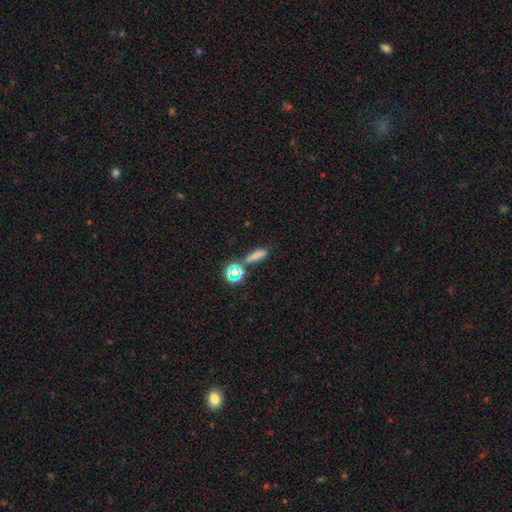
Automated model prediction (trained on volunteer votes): Smooth or featured? smooth (68%)
How rounded? cigar-shaped (49%)
Merging? none (65%)